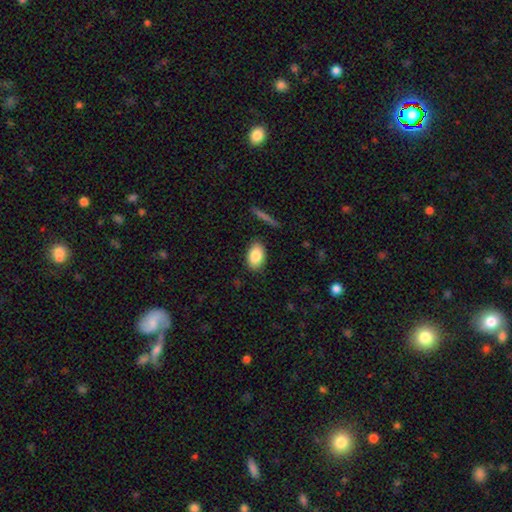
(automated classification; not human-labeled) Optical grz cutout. It shows a smooth galaxy with no disk features (85%) that is in between round and cigar-shaped (91%). Merging: none (86%).